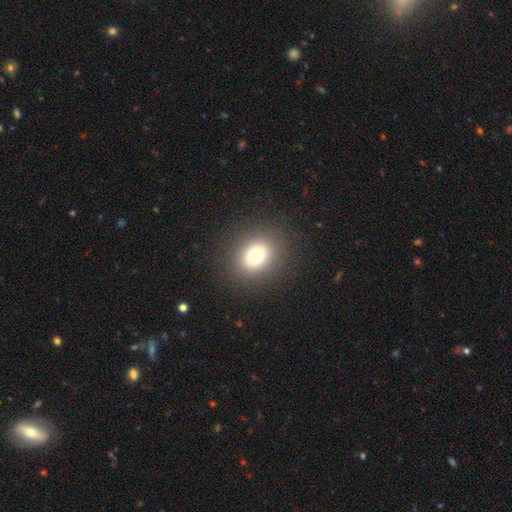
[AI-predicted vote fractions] smooth-or-featured: smooth: 77% | star or artifact: 13% | featured or disk: 9%
  how-rounded: round: 57% | in between: 42% | cigar-shaped: 1%
  merging: none: 88% | minor disturbance: 7% | major disturbance: 4% | merger: 1%